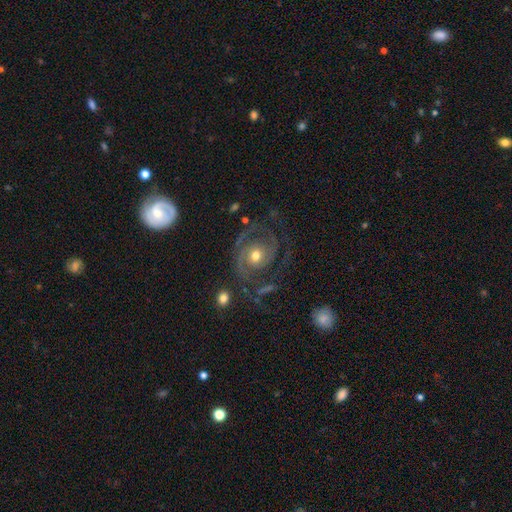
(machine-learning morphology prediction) featured or disk 87%, smooth 7%, star or artifact 6%. Down the decision tree: edge-on disk — no (98%); bar — no (75%); spiral arms — yes (95%); spiral arm count — 2 (75%); spiral winding — medium (44%); bulge size — moderate (73%); merging — none (63%).